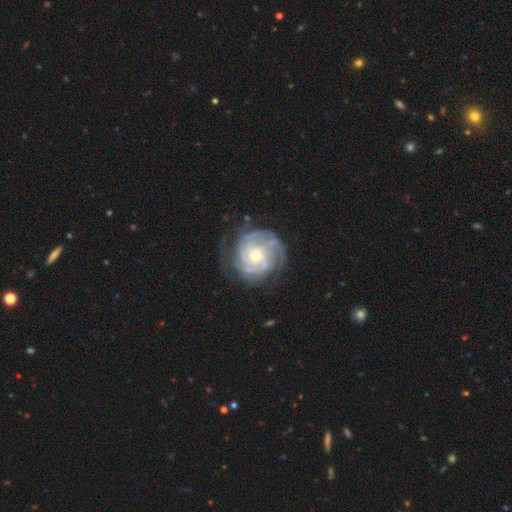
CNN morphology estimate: This appears to be a featured or disk galaxy (87%) with no bar (75%), tight (73%) spiral arms (97%) and a small central bulge (55%). Merging: none (75%).